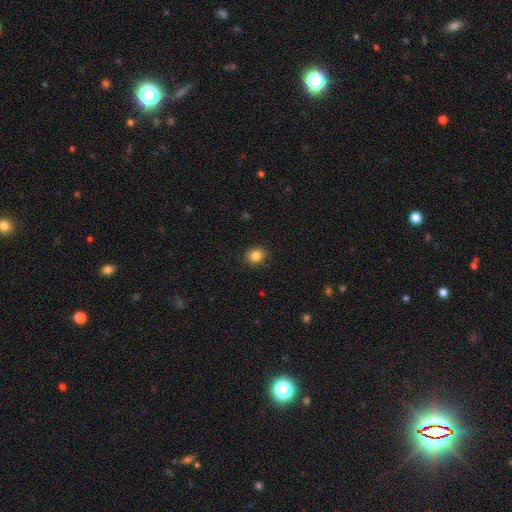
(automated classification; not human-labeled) Smooth or featured? Predicted: smooth (p=0.85). How rounded? Predicted: round (p=0.70). Merging? Predicted: none (p=0.87).